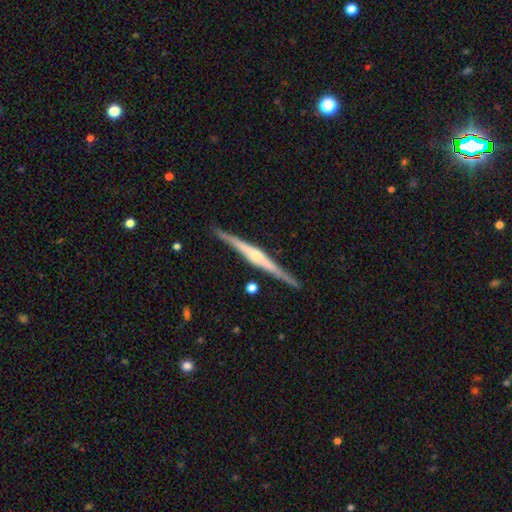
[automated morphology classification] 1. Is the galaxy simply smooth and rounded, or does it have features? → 82% featured or disk, 13% smooth, 5% star or artifact.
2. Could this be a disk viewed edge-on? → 99% yes, 1% no.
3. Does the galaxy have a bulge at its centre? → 73% rounded, 16% boxy, 11% none.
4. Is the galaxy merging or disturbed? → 90% none, 7% minor disturbance, 1% merger, 1% major disturbance.